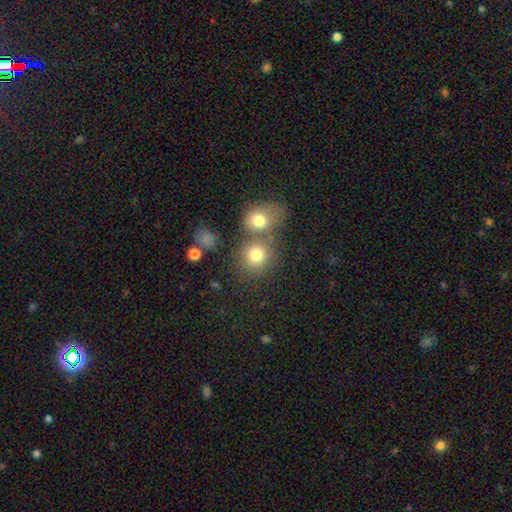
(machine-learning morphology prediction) Overall: smooth (77%). How rounded: round (81%). Merging: none (52%; merger 36%).